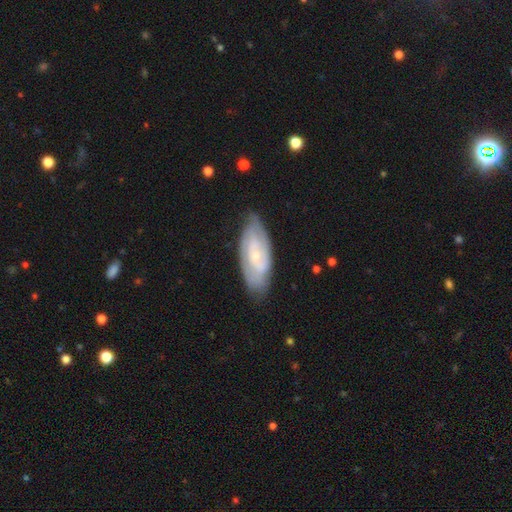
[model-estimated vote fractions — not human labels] Morphology: type=featured or disk (71%); edge-on=no (90%); bar=no (56%); spiral arms=yes (85%); winding=tight (59%); arm count=2 (44%); bulge=small (72%); merging=none (75%).